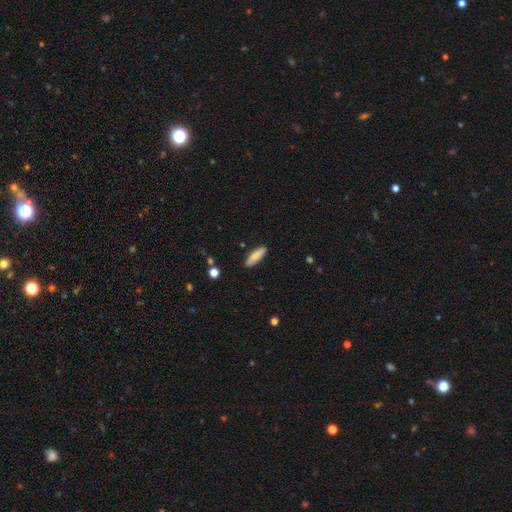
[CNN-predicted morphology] smooth_or_featured: smooth (p=0.84) [alt: featured or disk p=0.10]
how_rounded: cigar-shaped (p=0.51) [alt: in between p=0.48]
merging: none (p=0.87) [alt: minor disturbance p=0.10]